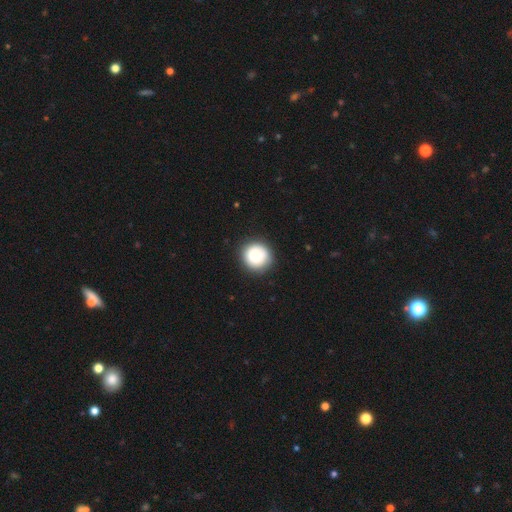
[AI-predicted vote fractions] This is clearly a smooth galaxy (83%). How rounded: clearly round (94%). Merging: clearly none (87%).